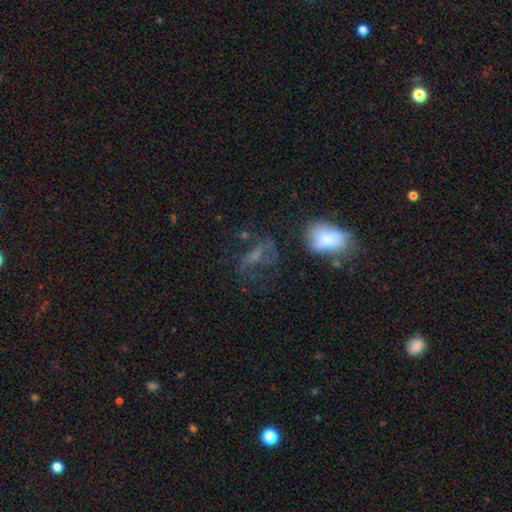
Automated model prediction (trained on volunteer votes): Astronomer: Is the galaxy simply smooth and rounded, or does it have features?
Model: smooth — 45% (runner-up: featured or disk, 33%).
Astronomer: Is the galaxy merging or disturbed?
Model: none — 40% (runner-up: major disturbance, 31%).